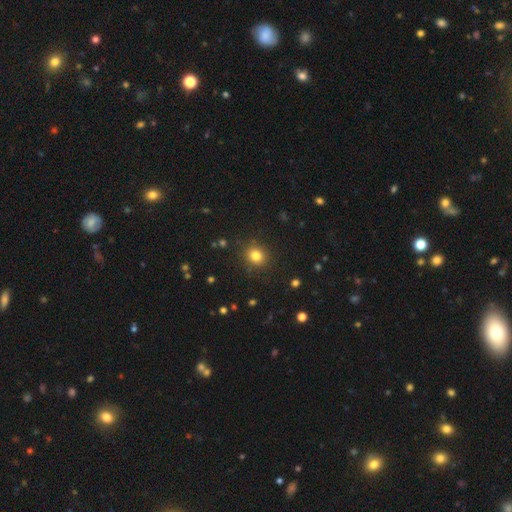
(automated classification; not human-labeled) Smooth or featured: smooth — 81% (star or artifact — 13%)
How rounded: round — 79% (in between — 20%)
Merging: none — 88% (minor disturbance — 8%)